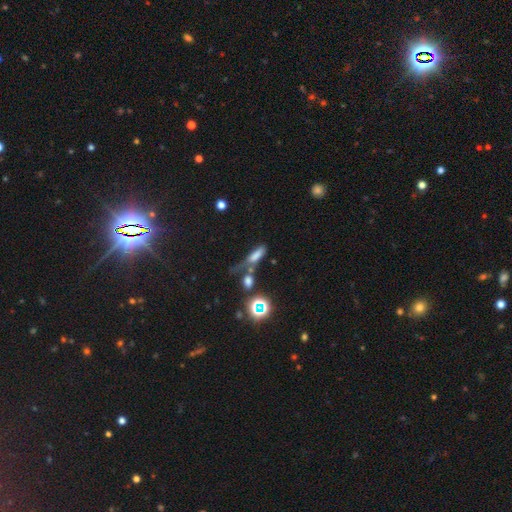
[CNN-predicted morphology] Q: Smooth or featured?
A: smooth (67%); runner-up: star or artifact (19%)
Q: How rounded?
A: in between (50%); runner-up: cigar-shaped (41%)
Q: Merging?
A: none (35%); runner-up: merger (30%)